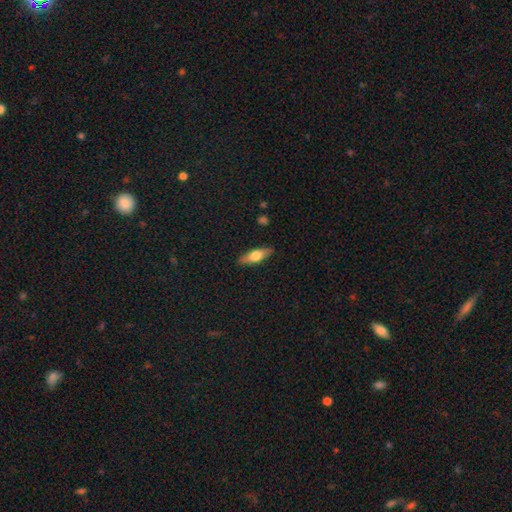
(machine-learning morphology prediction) This is possibly a smooth galaxy (58%). How rounded: possibly in between (51%). Merging: clearly none (88%).